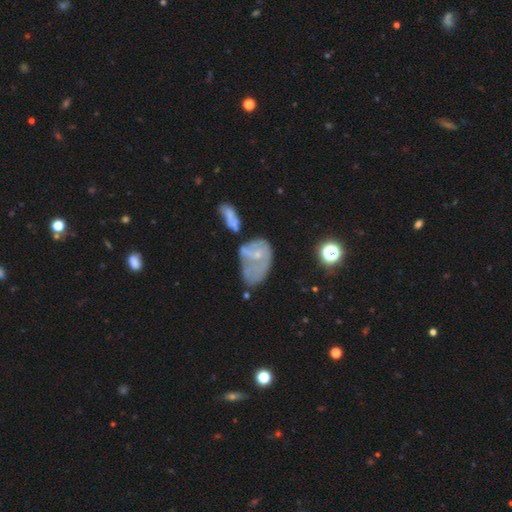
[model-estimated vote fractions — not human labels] The model was most divided on "merging": major disturbance: 34%, merger: 25%, minor disturbance: 22%, none: 20%. More confident: edge-on disk — no (96%); bar — no (74%); bulge size — small (66%); spiral arms — no (58%); smooth or featured — featured or disk (52%).